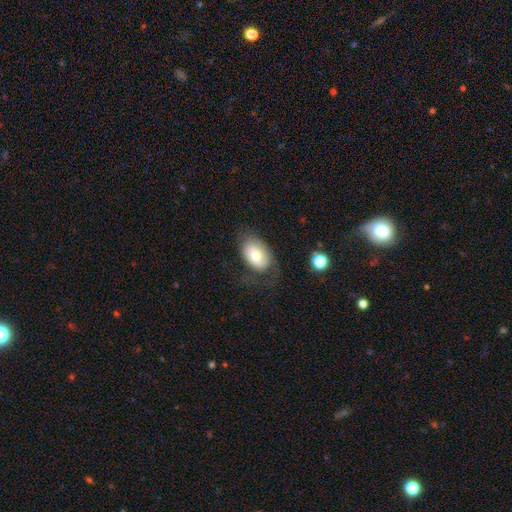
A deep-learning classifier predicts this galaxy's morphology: Overall: smooth (62%; featured or disk 29%). How rounded: in between (86%). Merging: none (60%; minor disturbance 22%).